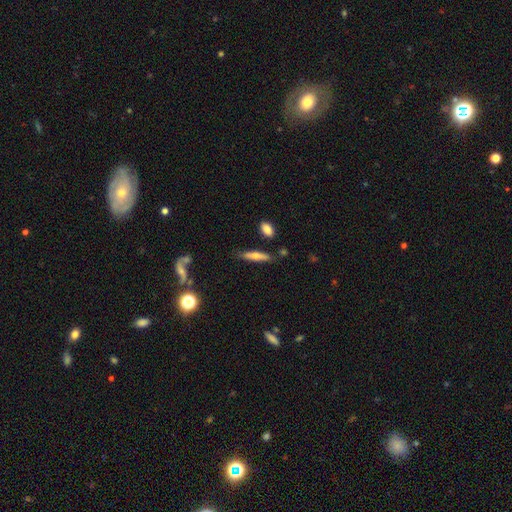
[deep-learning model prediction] A smooth galaxy with no disk features (56%) that is cigar-shaped (78%).

Vote fractions:
- Smooth or featured? smooth: 56% / featured or disk: 37% / star or artifact: 7%
- How rounded? cigar-shaped: 78% / in between: 19% / round: 2%
- Merging? none: 79% / minor disturbance: 14% / merger: 4% / major disturbance: 3%